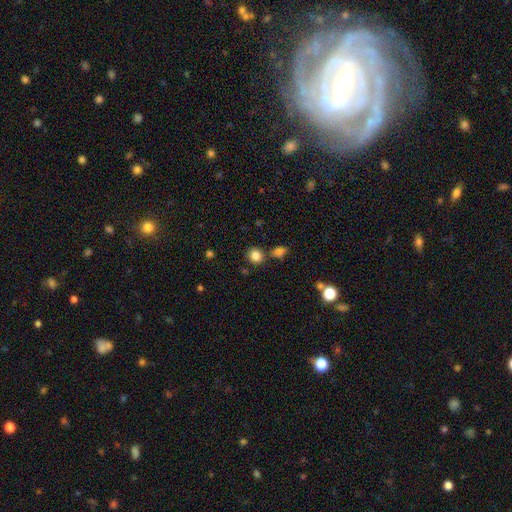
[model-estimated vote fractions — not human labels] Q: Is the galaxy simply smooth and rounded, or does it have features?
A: smooth — 84%.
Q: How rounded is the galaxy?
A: round — 82%.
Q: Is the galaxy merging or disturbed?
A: none — 76%.